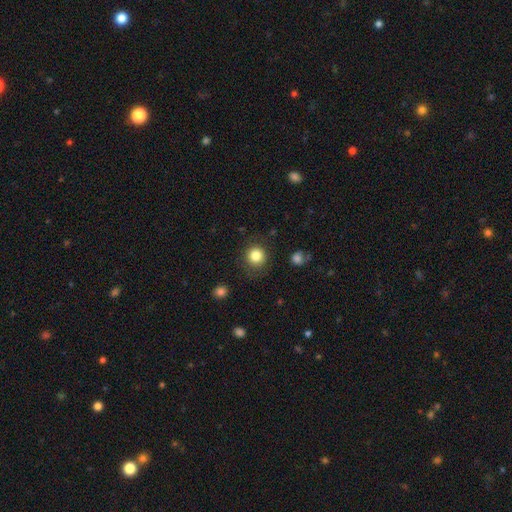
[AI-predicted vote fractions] This is clearly a smooth galaxy (83%). How rounded: clearly round (92%). Merging: clearly none (85%).